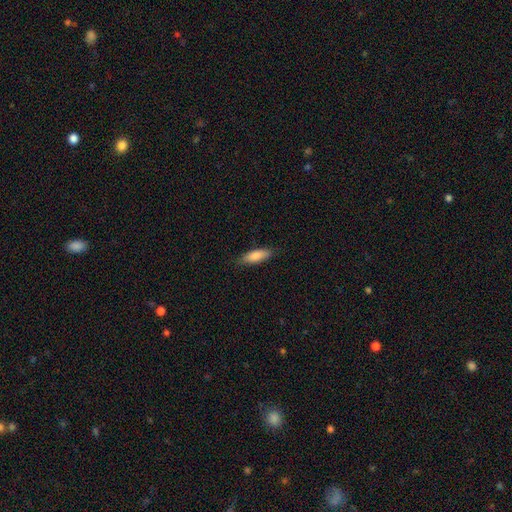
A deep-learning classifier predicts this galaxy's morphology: Overall: smooth (84%). How rounded: in between (55%; cigar-shaped 43%). Merging: none (83%).